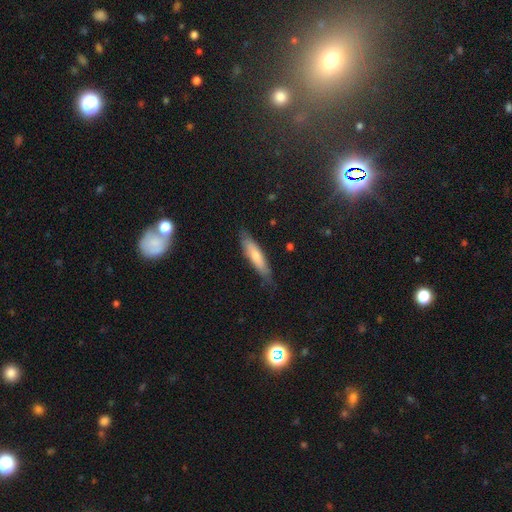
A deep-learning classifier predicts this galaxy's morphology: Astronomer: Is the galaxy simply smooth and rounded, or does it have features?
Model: smooth — 70%.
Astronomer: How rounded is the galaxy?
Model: cigar-shaped — 76%.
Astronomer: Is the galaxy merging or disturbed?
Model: none — 75%.